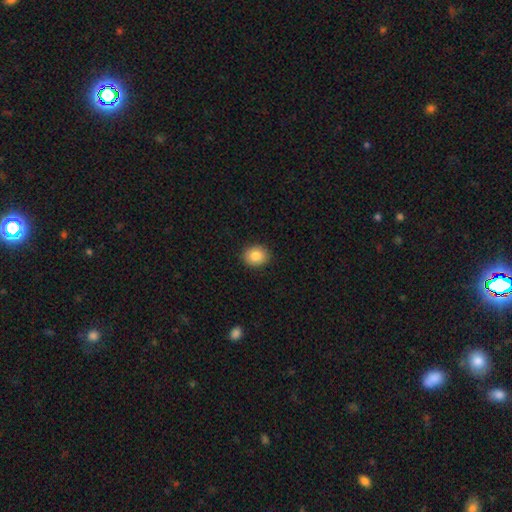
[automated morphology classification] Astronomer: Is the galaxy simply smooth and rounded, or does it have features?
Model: smooth — 84%.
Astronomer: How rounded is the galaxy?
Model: round — 65%.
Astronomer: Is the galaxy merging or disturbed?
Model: none — 92%.